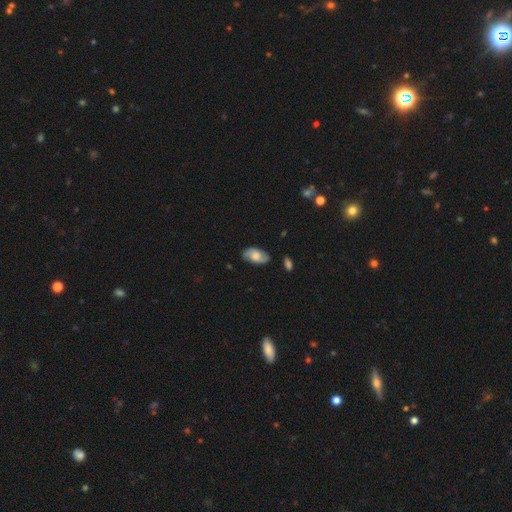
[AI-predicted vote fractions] This is possibly a featured or disk galaxy (47%). Merging: likely none (78%).